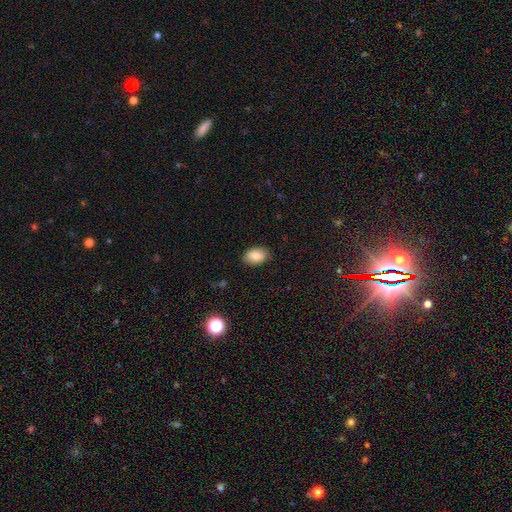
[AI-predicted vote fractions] smooth_or_featured: smooth (p=0.85) [alt: star or artifact p=0.08]
how_rounded: in between (p=0.83) [alt: round p=0.16]
merging: none (p=0.86) [alt: minor disturbance p=0.11]